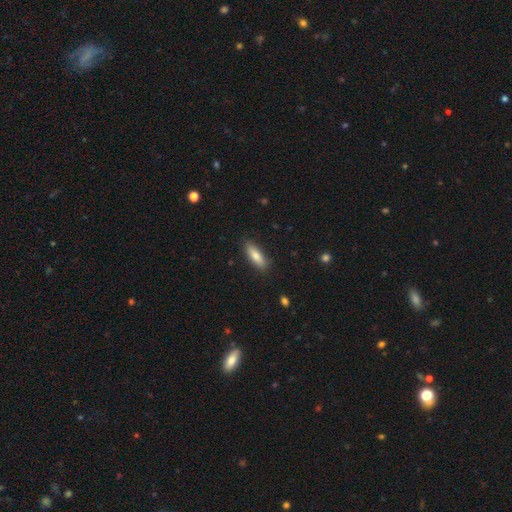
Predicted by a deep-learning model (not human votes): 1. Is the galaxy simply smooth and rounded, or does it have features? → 79% smooth, 14% featured or disk, 6% star or artifact.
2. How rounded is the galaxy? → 54% in between, 44% cigar-shaped, 2% round.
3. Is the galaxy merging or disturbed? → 87% none, 10% minor disturbance, 2% major disturbance, 1% merger.